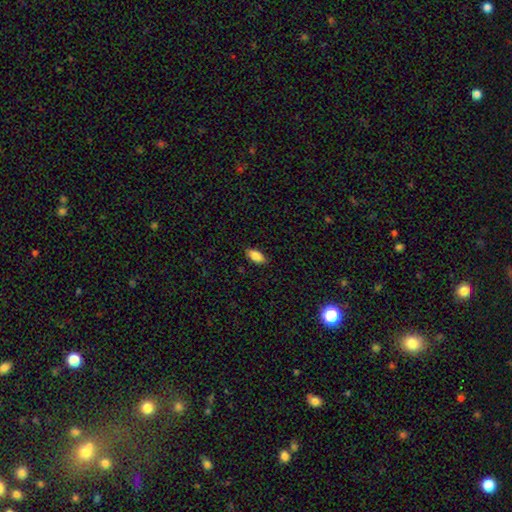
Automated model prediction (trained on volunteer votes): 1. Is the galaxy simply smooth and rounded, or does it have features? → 87% smooth, 7% star or artifact, 6% featured or disk.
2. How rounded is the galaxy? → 90% in between, 7% cigar-shaped, 3% round.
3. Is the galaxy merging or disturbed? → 87% none, 10% minor disturbance, 2% major disturbance, 1% merger.